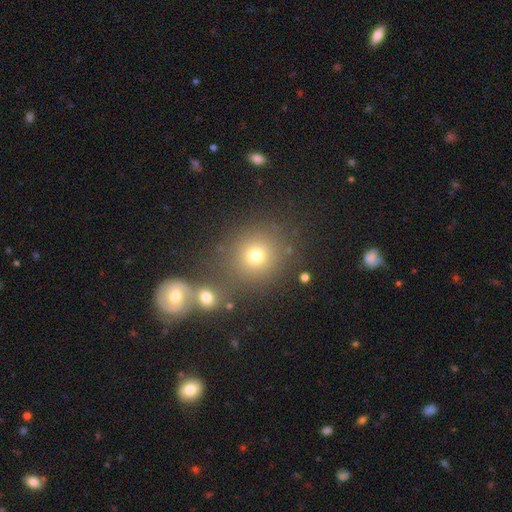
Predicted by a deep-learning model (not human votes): Smooth or featured: smooth — 72% (star or artifact — 17%)
How rounded: round — 88% (in between — 11%)
Merging: none — 68% (merger — 18%)